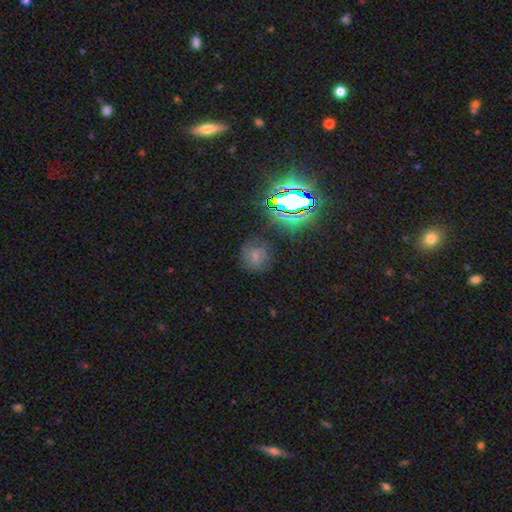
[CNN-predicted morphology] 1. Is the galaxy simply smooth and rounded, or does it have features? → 53% smooth, 26% star or artifact, 21% featured or disk.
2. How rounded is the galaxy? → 83% round, 16% in between, 1% cigar-shaped.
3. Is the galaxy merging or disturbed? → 70% none, 18% minor disturbance, 9% major disturbance, 3% merger.